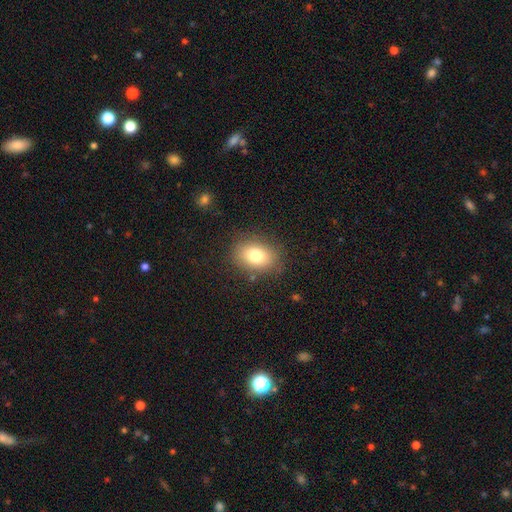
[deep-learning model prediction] A smooth galaxy with no disk features (78%) that is in between round and cigar-shaped (71%).

Vote fractions:
- Smooth or featured? smooth: 78% / featured or disk: 11% / star or artifact: 10%
- How rounded? in between: 71% / round: 28% / cigar-shaped: 1%
- Merging? none: 83% / minor disturbance: 11% / major disturbance: 4% / merger: 1%